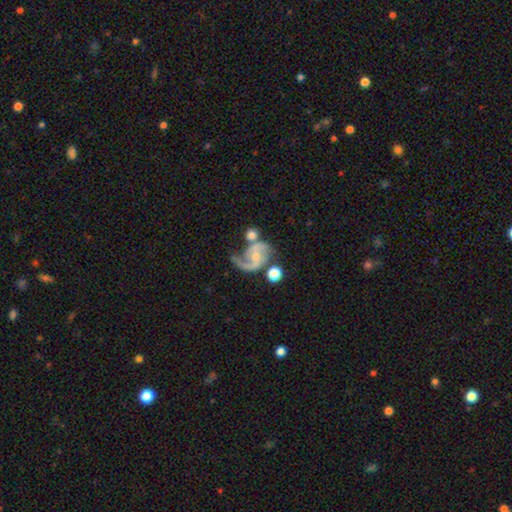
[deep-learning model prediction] Morphology: type=featured or disk (88%); edge-on=no (98%); bar=no (47%); spiral arms=yes (97%); winding=medium (50%); arm count=2 (85%); bulge=small (51%); merging=none (48%).